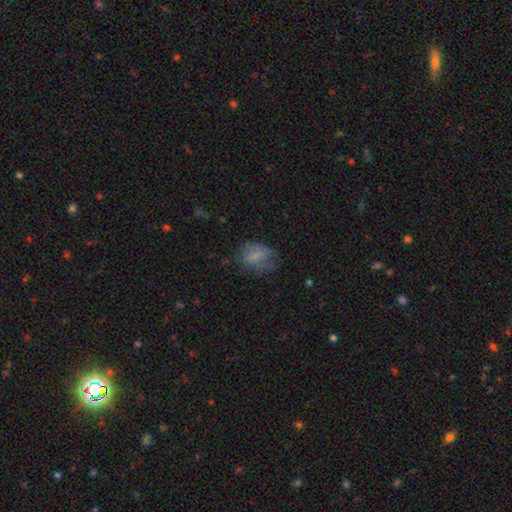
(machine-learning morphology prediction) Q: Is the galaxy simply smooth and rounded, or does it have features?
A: smooth — 63%.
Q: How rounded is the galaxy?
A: in between — 72%.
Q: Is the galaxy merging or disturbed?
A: none — 49%.